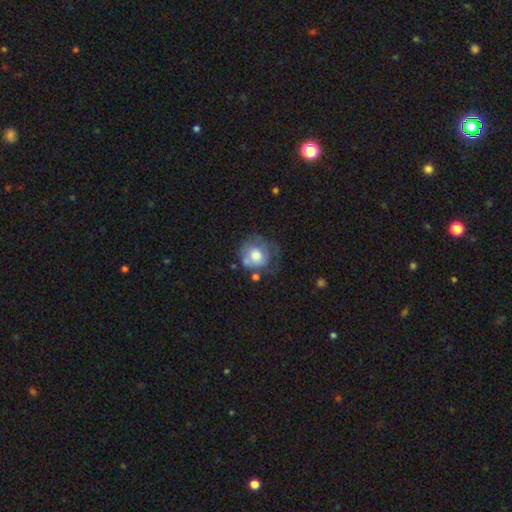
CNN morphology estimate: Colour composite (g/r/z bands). It shows a smooth galaxy with no disk features (62%) that is round (83%). Merging: none (42%).